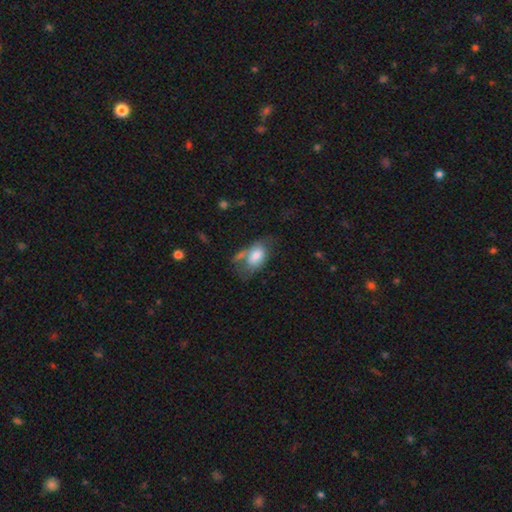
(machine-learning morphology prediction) smooth 71%, featured or disk 21%, star or artifact 7%. Down the decision tree: how rounded — in between (91%); merging — none (32%).